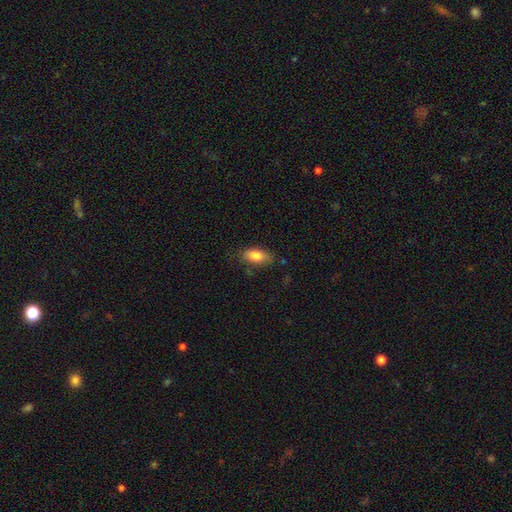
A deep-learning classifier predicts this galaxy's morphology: Q: Smooth or featured?
A: smooth (83%); runner-up: featured or disk (10%)
Q: How rounded?
A: in between (89%); runner-up: cigar-shaped (6%)
Q: Merging?
A: none (70%); runner-up: minor disturbance (23%)